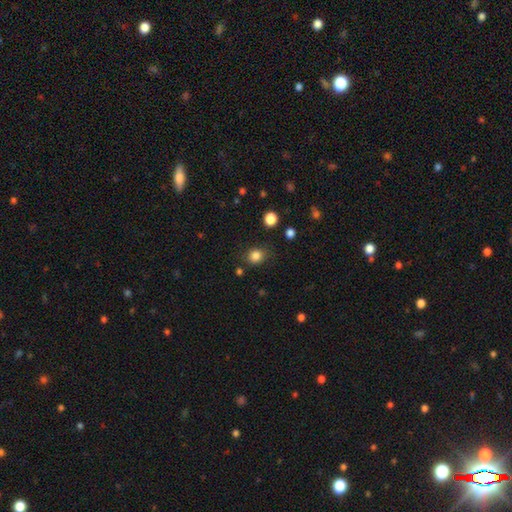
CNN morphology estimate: Smooth or featured? smooth (84%)
How rounded? round (74%)
Merging? none (80%)